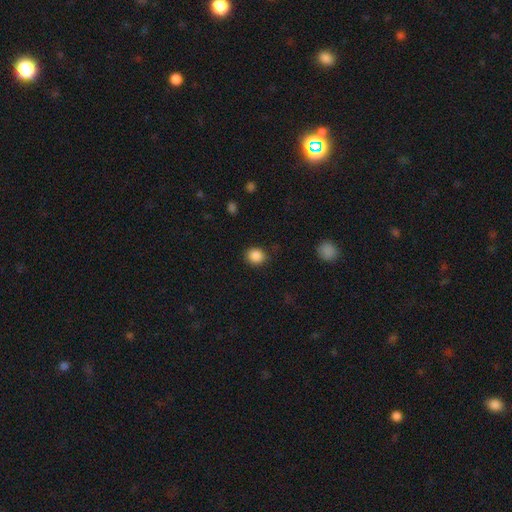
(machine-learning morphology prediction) smooth_or_featured: smooth (p=0.87) [alt: star or artifact p=0.09]
how_rounded: round (p=0.73) [alt: in between p=0.26]
merging: none (p=0.86) [alt: minor disturbance p=0.10]